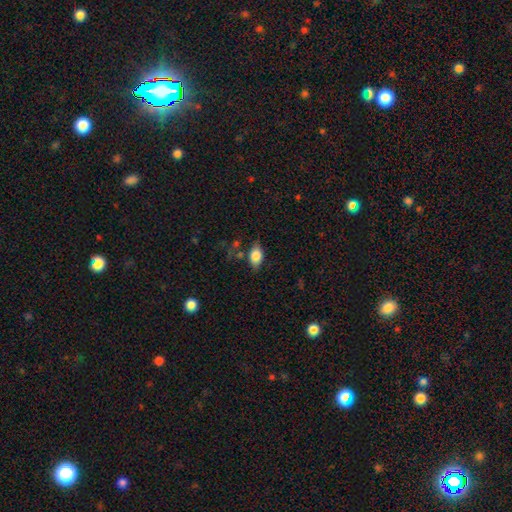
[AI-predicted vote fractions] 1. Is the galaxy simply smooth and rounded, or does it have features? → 81% smooth, 11% featured or disk, 8% star or artifact.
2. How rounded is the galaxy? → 86% in between, 10% round, 3% cigar-shaped.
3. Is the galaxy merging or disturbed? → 68% none, 22% minor disturbance, 6% major disturbance, 5% merger.